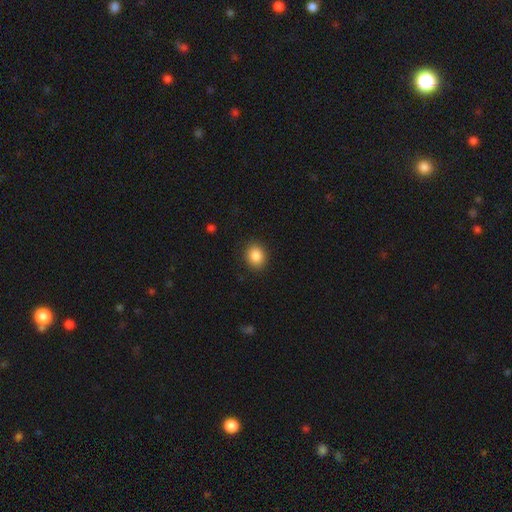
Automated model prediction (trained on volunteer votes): Smooth or featured? smooth (87%)
How rounded? round (66%)
Merging? none (89%)